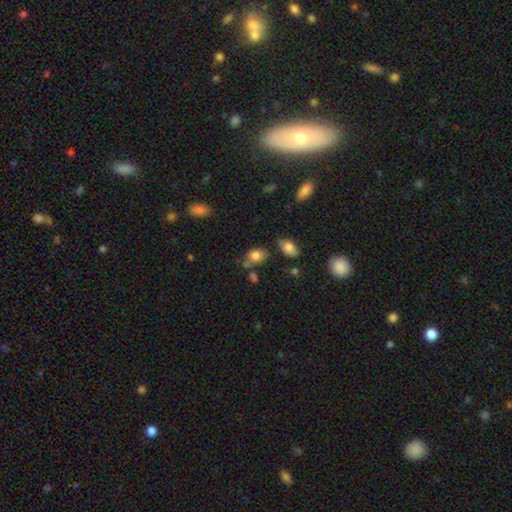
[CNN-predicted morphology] smooth 80%, featured or disk 11%, star or artifact 10%. Down the decision tree: how rounded — in between (73%); merging — none (55%).